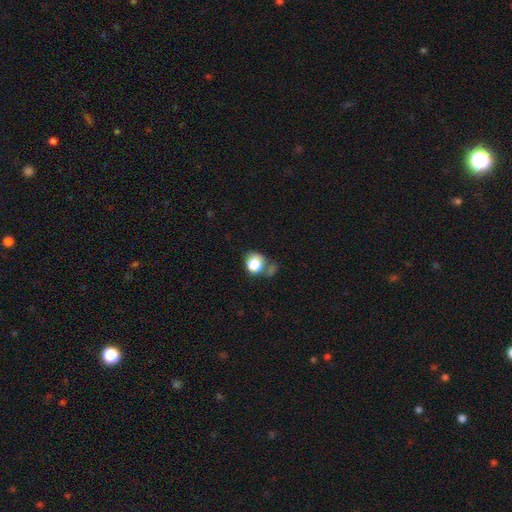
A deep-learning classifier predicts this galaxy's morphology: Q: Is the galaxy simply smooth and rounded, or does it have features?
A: smooth — 55%.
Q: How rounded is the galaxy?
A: round — 84%.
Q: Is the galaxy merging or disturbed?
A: none — 65%.